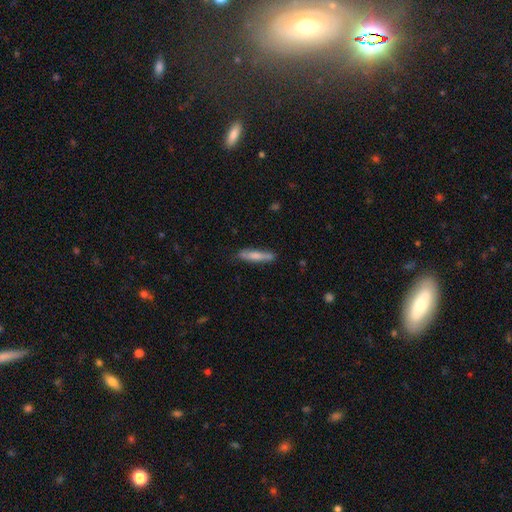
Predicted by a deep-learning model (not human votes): This appears to be a smooth galaxy with no disk features (72%) that is cigar-shaped (82%). Merging: none (77%).